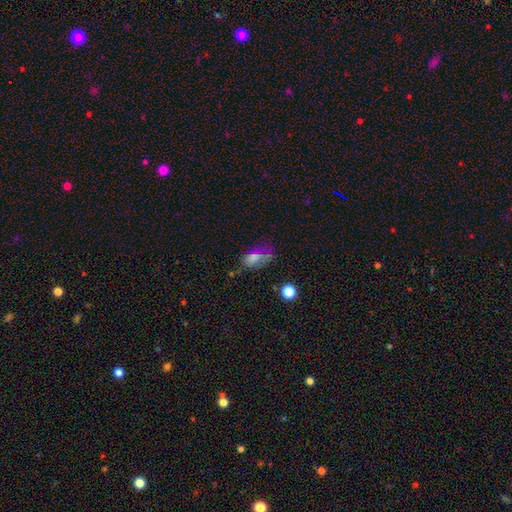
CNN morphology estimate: smooth-or-featured: smooth: 55% | featured or disk: 26% | star or artifact: 19%
  how-rounded: in between: 81% | cigar-shaped: 10% | round: 9%
  merging: none: 43% | minor disturbance: 28% | major disturbance: 23% | merger: 5%